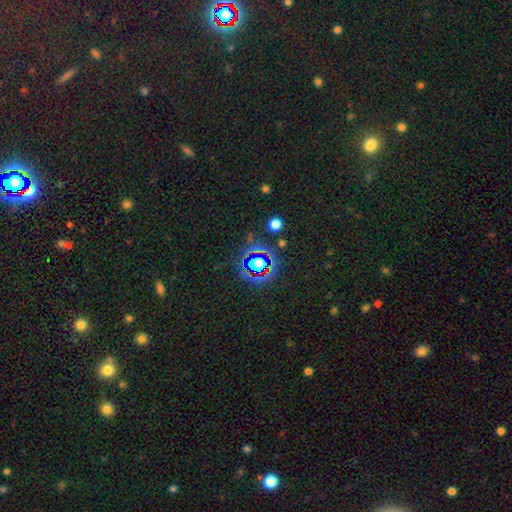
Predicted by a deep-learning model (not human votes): This is likely a star or artifact rather than a galaxy (62%).